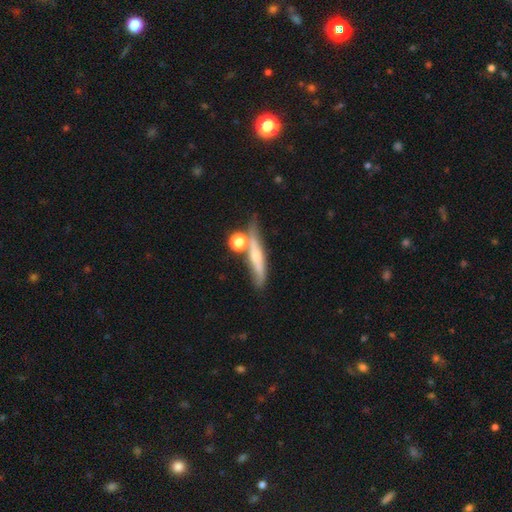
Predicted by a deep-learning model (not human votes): Overall: featured or disk (54%; smooth 36%). Edge-on disk: yes (83%). Merging: none (61%).